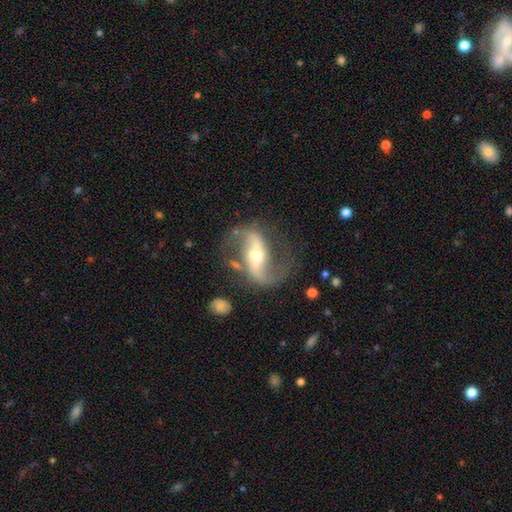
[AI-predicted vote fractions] This appears to be a featured or disk galaxy (89%) with a strong bar (53%), 2 (91%) loose (69%) spiral arms (95%) and a moderate central bulge (60%). Merging: none (71%).